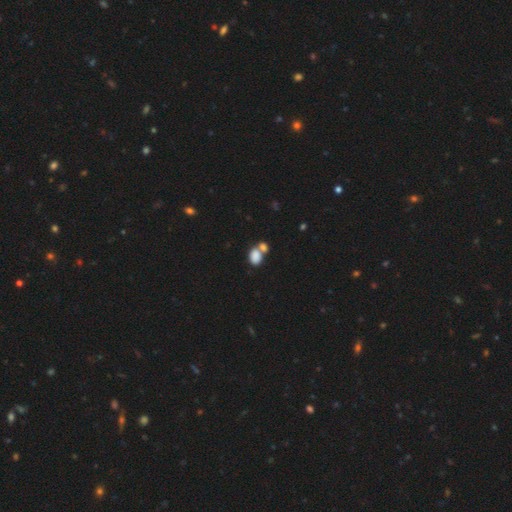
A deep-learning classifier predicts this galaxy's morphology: This is clearly a smooth galaxy (84%). How rounded: likely in between (77%). Merging: possibly merger (54%).